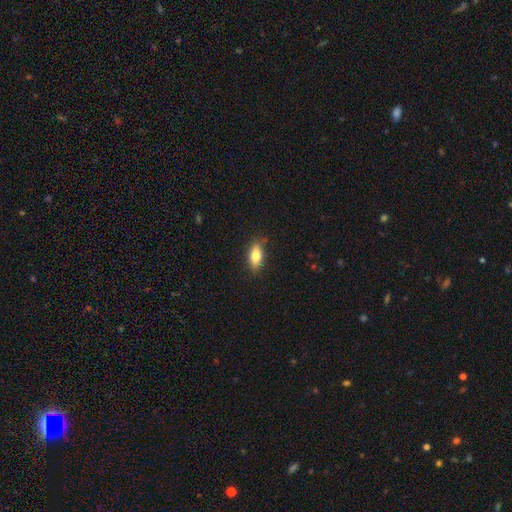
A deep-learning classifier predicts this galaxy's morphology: Smooth or featured? Predicted: smooth (p=0.77). How rounded? Predicted: in between (p=0.79). Merging? Predicted: none (p=0.83).